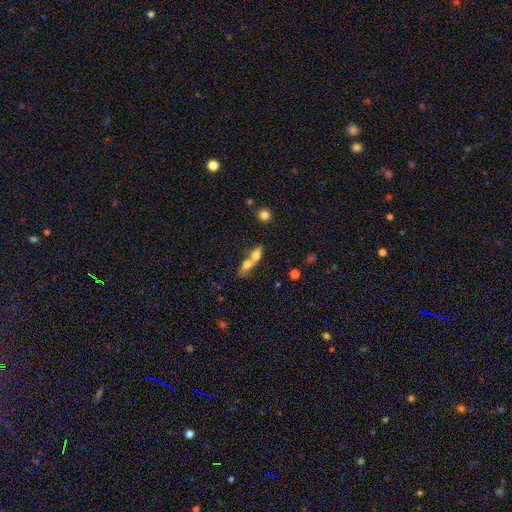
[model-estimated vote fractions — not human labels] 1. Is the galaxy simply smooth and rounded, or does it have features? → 62% smooth, 28% featured or disk, 10% star or artifact.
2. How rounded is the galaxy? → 56% in between, 29% cigar-shaped, 15% round.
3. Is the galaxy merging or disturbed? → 73% merger, 17% none, 6% minor disturbance, 4% major disturbance.